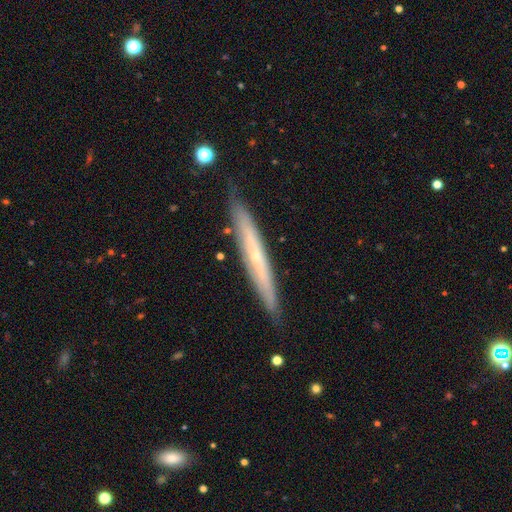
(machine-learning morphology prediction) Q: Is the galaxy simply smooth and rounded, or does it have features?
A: featured or disk — 64%.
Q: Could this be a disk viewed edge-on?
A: yes — 89%.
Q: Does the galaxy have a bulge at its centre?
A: rounded — 50%.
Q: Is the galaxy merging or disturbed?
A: none — 87%.